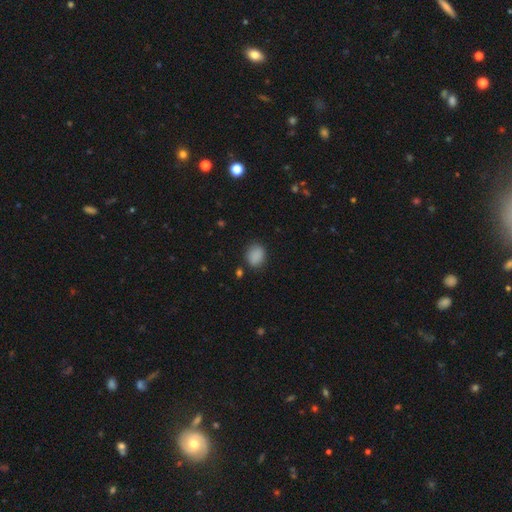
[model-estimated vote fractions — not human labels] A smooth galaxy with no disk features (87%) that is round (53%). Merging: none (80%).